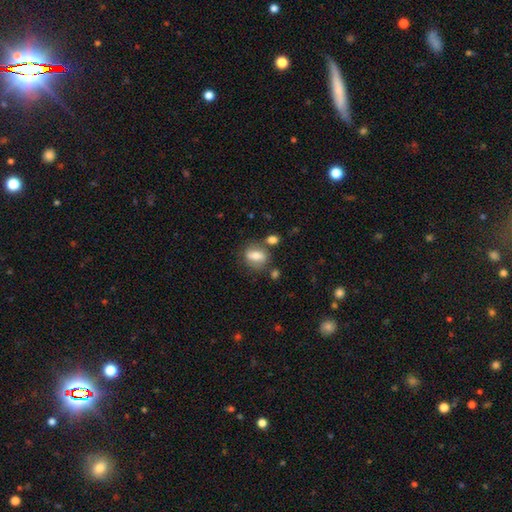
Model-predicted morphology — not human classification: Smooth or featured? smooth (61%)
How rounded? in between (66%)
Merging? none (62%)